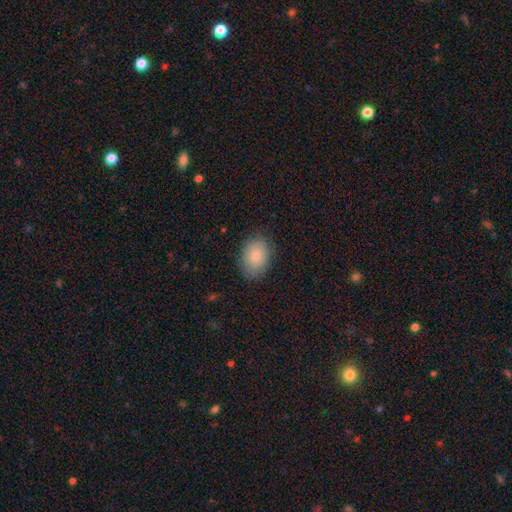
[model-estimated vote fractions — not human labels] smooth_or_featured: smooth (p=0.81) [alt: featured or disk p=0.12]
how_rounded: in between (p=0.76) [alt: round p=0.23]
merging: none (p=0.81) [alt: minor disturbance p=0.15]